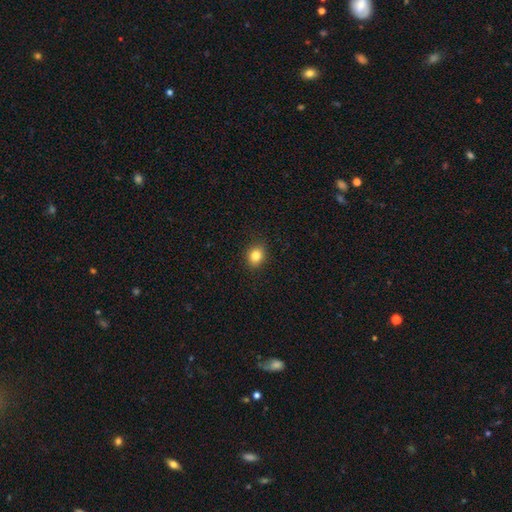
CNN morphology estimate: smooth 83%, star or artifact 11%, featured or disk 6%. Down the decision tree: how rounded — round (62%); merging — none (90%).